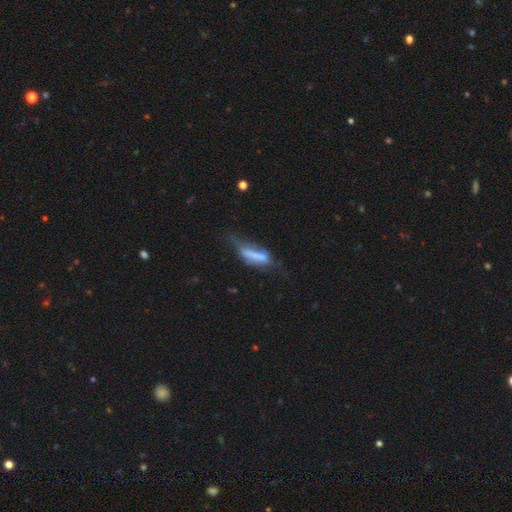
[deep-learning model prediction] A smooth galaxy with no disk features (45%, tied with featured or disk).

Vote fractions:
- Smooth or featured? smooth: 45% (tied) / featured or disk: 45% (tied) / star or artifact: 9%
- Merging? major disturbance: 30% / none: 28% / minor disturbance: 26% / merger: 16%